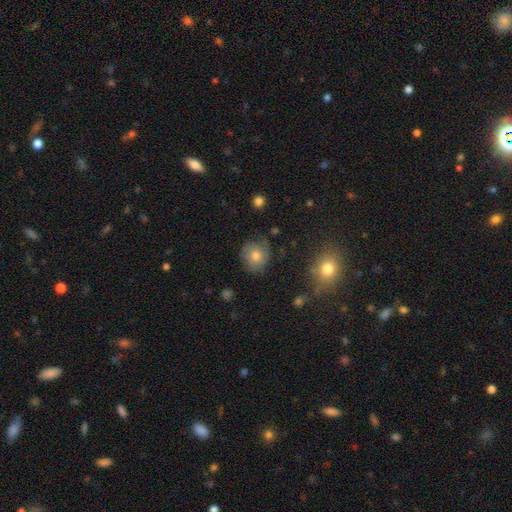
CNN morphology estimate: type=smooth (56%); roundness=round (84%); merging=none (73%).